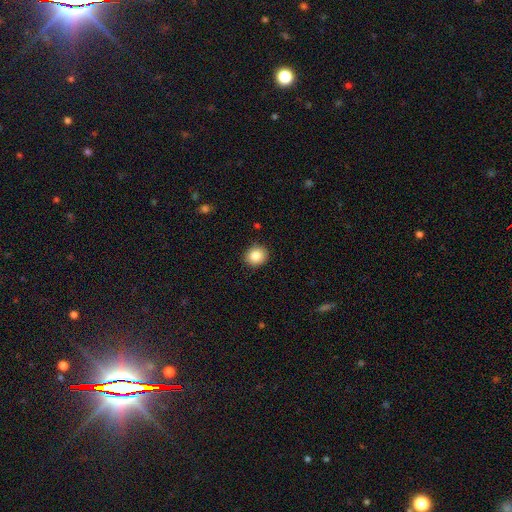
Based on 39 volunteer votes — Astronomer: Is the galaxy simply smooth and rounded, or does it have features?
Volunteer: smooth — 85%.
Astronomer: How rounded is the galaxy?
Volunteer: round — 85%.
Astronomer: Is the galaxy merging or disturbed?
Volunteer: none — 94%.